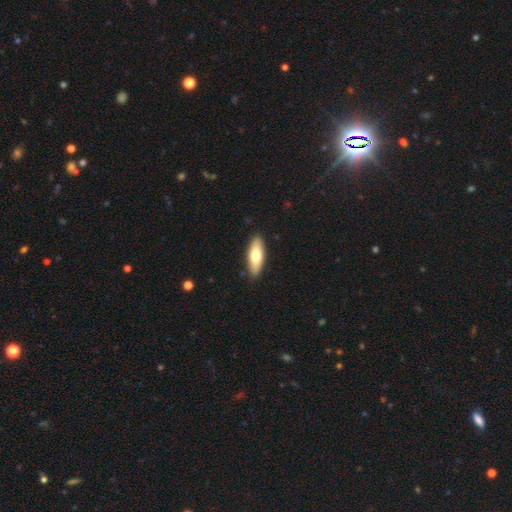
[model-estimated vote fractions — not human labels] Smooth or featured? Predicted: smooth (p=0.70). How rounded? Predicted: in between (p=0.59). Merging? Predicted: none (p=0.89).